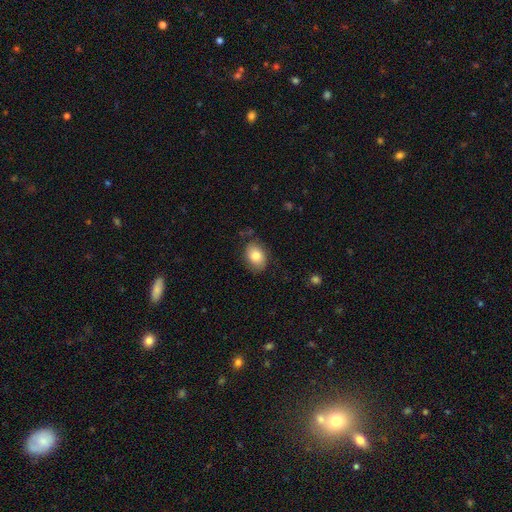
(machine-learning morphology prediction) Smooth or featured?
  - smooth: 80% *
  - featured or disk: 12%
  - star or artifact: 7%
How rounded?
  - in between: 76% *
  - round: 23%
  - cigar-shaped: 1%
Merging?
  - none: 77% *
  - minor disturbance: 17%
  - major disturbance: 4%
  - merger: 2%